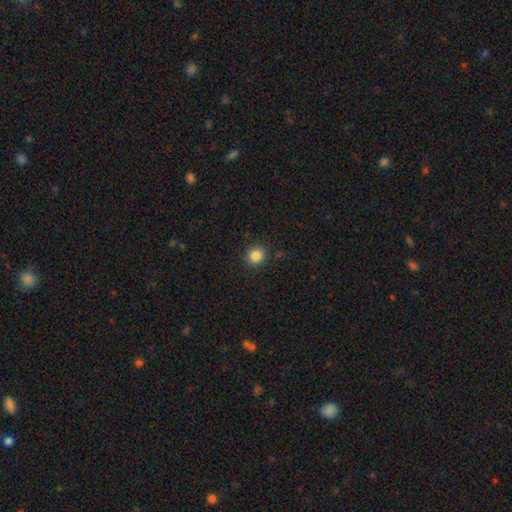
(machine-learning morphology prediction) Smooth or featured: smooth — 84% (star or artifact — 11%)
How rounded: round — 88% (in between — 11%)
Merging: none — 90% (minor disturbance — 7%)